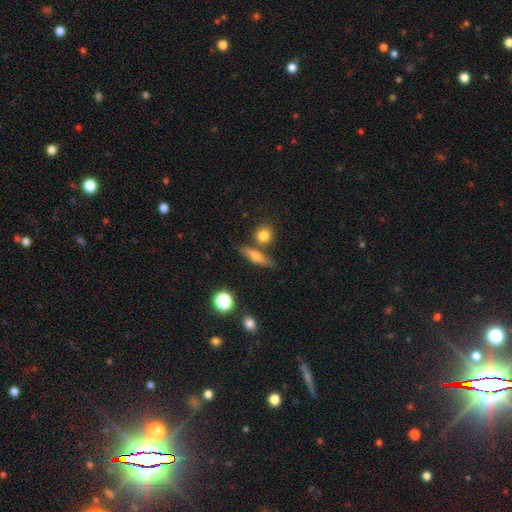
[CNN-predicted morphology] smooth-or-featured: smooth: 57% | featured or disk: 34% | star or artifact: 10%
  how-rounded: cigar-shaped: 59% | in between: 32% | round: 9%
  merging: none: 74% | minor disturbance: 12% | merger: 10% | major disturbance: 4%